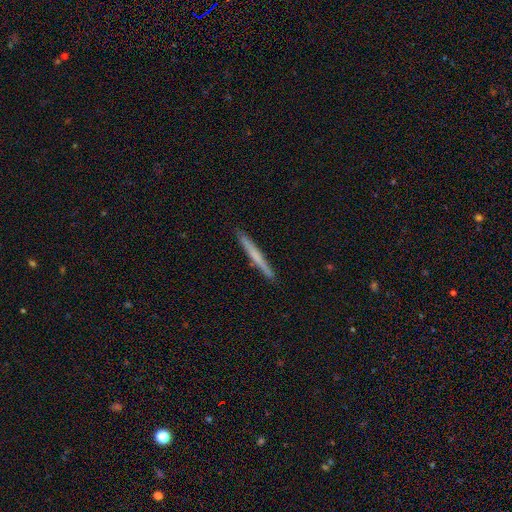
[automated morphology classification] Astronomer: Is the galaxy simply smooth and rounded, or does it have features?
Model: smooth — 56% (runner-up: featured or disk, 38%).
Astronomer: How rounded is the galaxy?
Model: cigar-shaped — 97%.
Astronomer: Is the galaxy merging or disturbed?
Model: none — 92%.